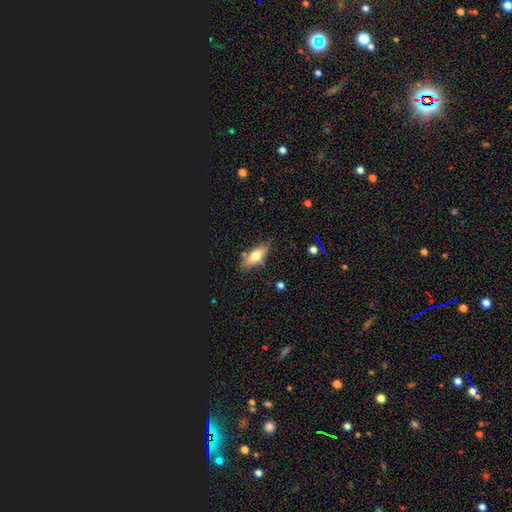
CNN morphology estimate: smooth_or_featured: smooth (p=0.67) [alt: featured or disk p=0.25]
how_rounded: in between (p=0.71) [alt: cigar-shaped p=0.26]
merging: none (p=0.78) [alt: minor disturbance p=0.16]